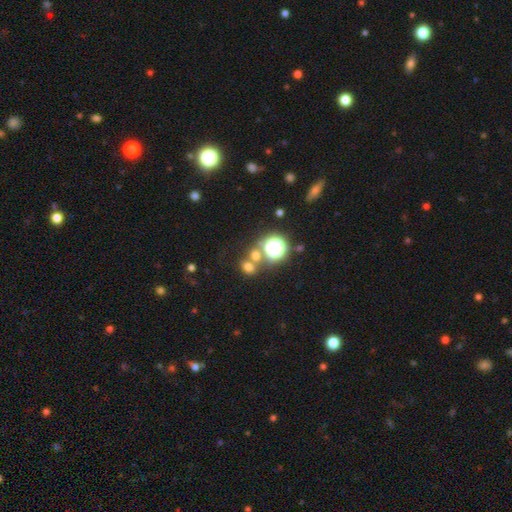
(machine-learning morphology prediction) smooth-or-featured: smooth: 59% | star or artifact: 32% | featured or disk: 9%
  how-rounded: round: 69% | in between: 30% | cigar-shaped: 1%
  merging: none: 58% | merger: 29% | minor disturbance: 9% | major disturbance: 4%